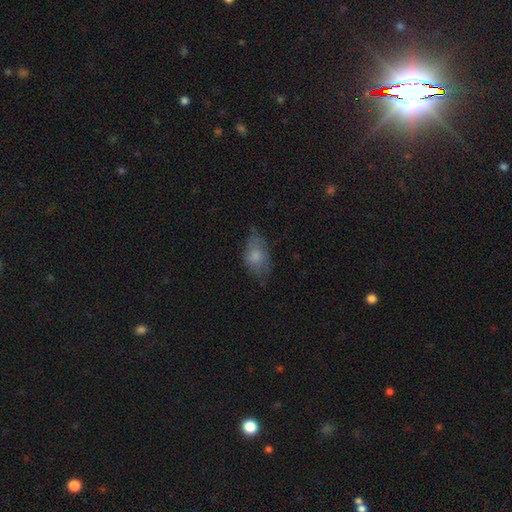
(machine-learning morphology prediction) The model was most divided on "merging": none: 53%, minor disturbance: 33%, major disturbance: 13%, merger: 2%. More confident: how rounded — in between (89%); smooth or featured — smooth (71%).